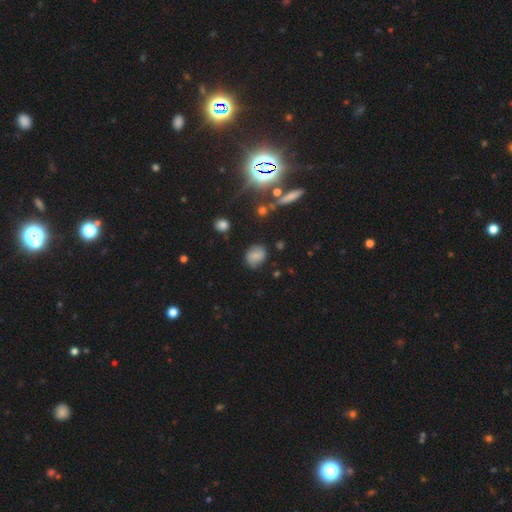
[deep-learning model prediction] Smooth or featured?
  - smooth: 71% *
  - featured or disk: 17%
  - star or artifact: 11%
How rounded?
  - round: 62% *
  - in between: 37%
  - cigar-shaped: 1%
Merging?
  - none: 74% *
  - minor disturbance: 18%
  - major disturbance: 5%
  - merger: 2%